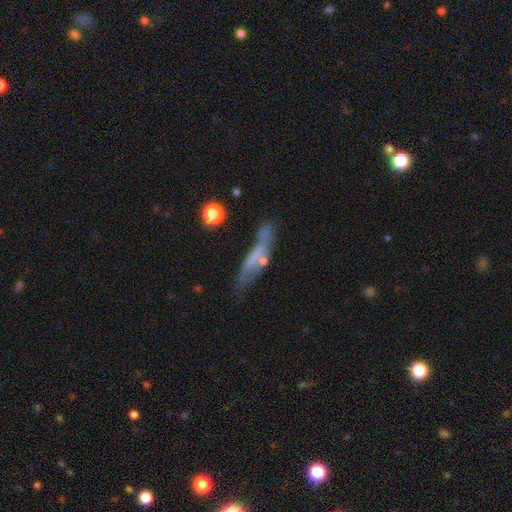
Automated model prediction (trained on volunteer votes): smooth-or-featured: featured or disk: 48% | smooth: 42% | star or artifact: 10%
  merging: none: 54% | minor disturbance: 24% | major disturbance: 12% | merger: 10%